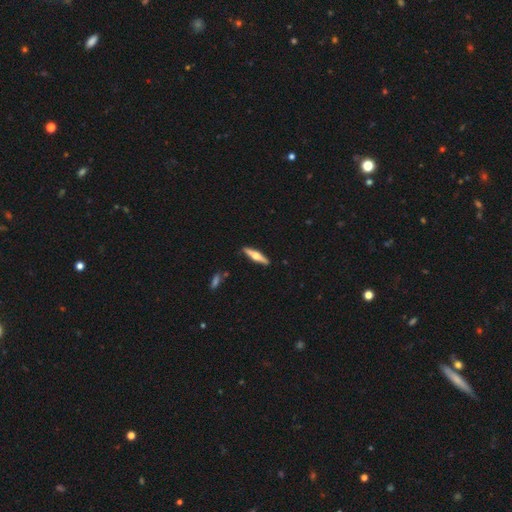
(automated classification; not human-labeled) Smooth or featured? featured or disk (63%)
Edge-on disk? yes (96%)
Edge-on bulge? rounded (95%)
Merging? none (90%)